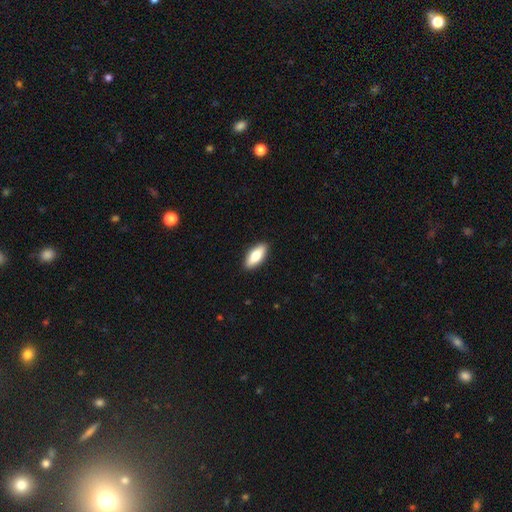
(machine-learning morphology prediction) Q: Smooth or featured?
A: smooth (75%); runner-up: featured or disk (19%)
Q: How rounded?
A: in between (76%); runner-up: cigar-shaped (22%)
Q: Merging?
A: none (90%); runner-up: minor disturbance (7%)